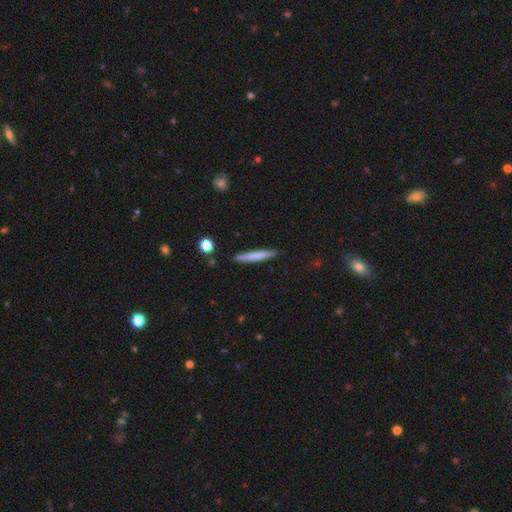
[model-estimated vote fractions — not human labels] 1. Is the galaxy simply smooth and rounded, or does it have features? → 73% smooth, 21% featured or disk, 6% star or artifact.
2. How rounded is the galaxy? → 95% cigar-shaped, 4% in between, 1% round.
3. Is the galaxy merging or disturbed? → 88% none, 9% minor disturbance, 2% major disturbance, 2% merger.